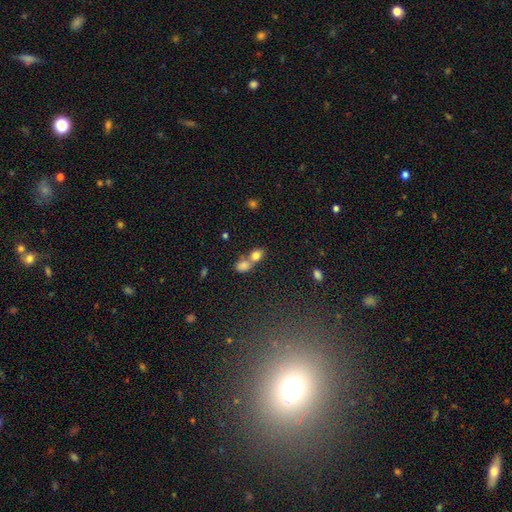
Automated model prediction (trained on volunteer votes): A smooth galaxy with no disk features (78%) that is in between round and cigar-shaped (59%).

Vote fractions:
- Smooth or featured? smooth: 78% / star or artifact: 12% / featured or disk: 11%
- How rounded? in between: 59% / round: 38% / cigar-shaped: 3%
- Merging? merger: 64% / none: 26% / minor disturbance: 6% / major disturbance: 4%